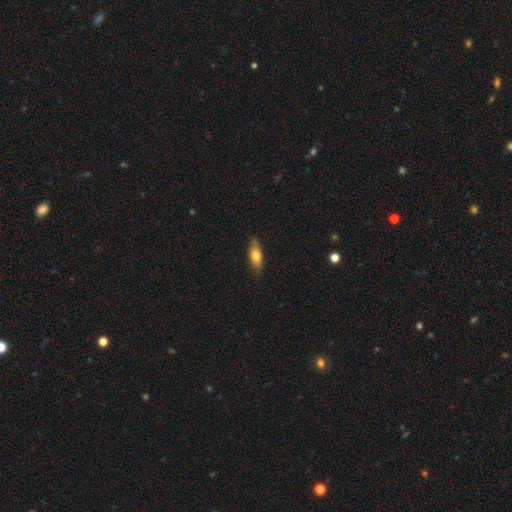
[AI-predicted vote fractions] The model was most divided on "how rounded": in between: 61%, cigar-shaped: 36%, round: 3%. More confident: merging — none (79%); smooth or featured — smooth (72%).